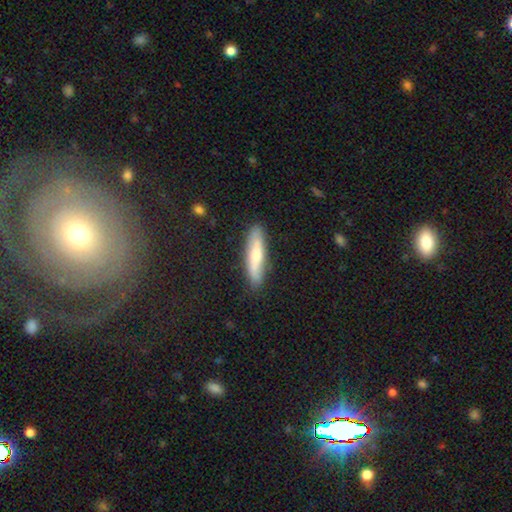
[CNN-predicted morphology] This appears to be a smooth galaxy with no disk features (62%) that is cigar-shaped (82%). Merging: none (86%).